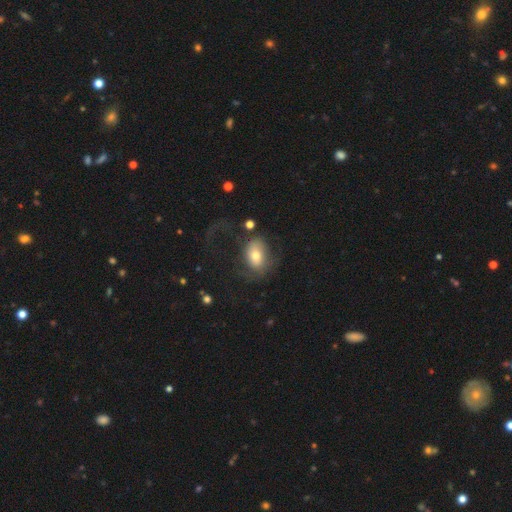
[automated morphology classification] This is likely a smooth galaxy (62%). How rounded: likely in between (73%). Merging: marginally major disturbance (45%).